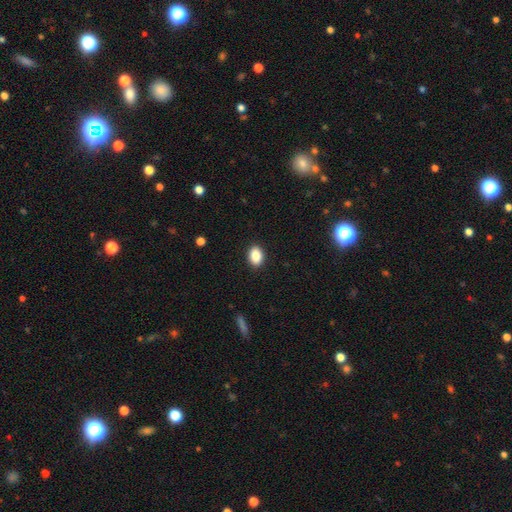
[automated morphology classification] This is clearly a smooth galaxy (87%). How rounded: likely in between (76%). Merging: clearly none (90%).